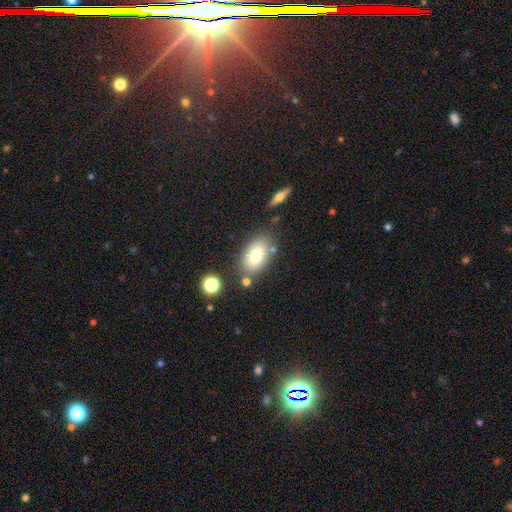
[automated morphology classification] A smooth galaxy with no disk features (76%) that is in between round and cigar-shaped (89%).

Vote fractions:
- Smooth or featured? smooth: 76% / featured or disk: 15% / star or artifact: 9%
- How rounded? in between: 89% / round: 9% / cigar-shaped: 2%
- Merging? none: 76% / minor disturbance: 13% / merger: 7% / major disturbance: 4%